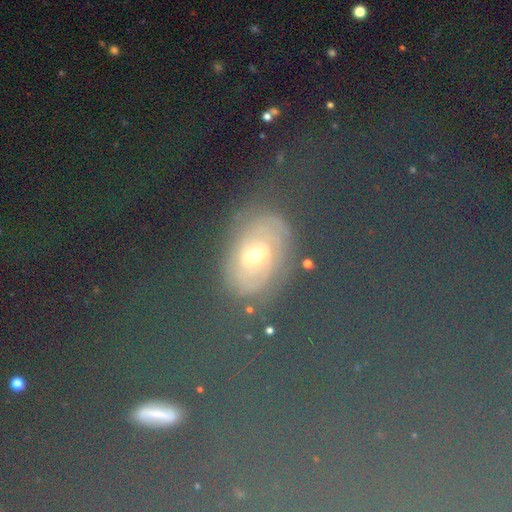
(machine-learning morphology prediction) This is marginally a star or artifact rather than a galaxy (38%).